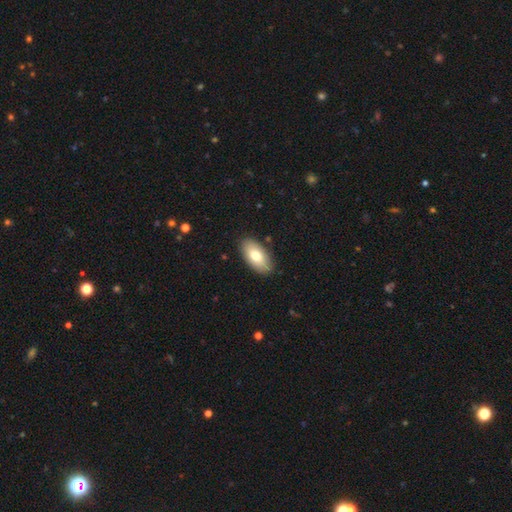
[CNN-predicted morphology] Smooth or featured? Predicted: smooth (p=0.74). How rounded? Predicted: in between (p=0.94). Merging? Predicted: none (p=0.86).